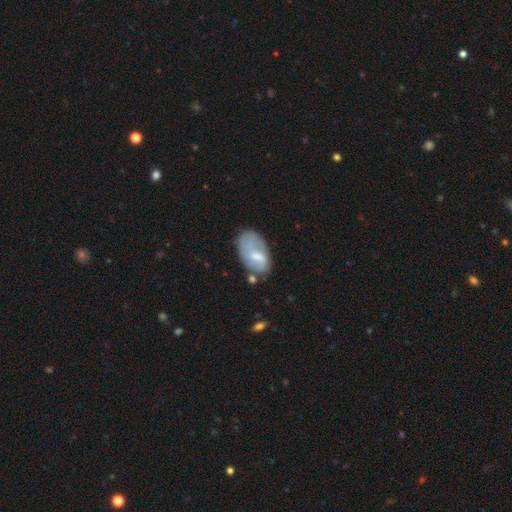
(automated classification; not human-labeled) Smooth or featured? smooth (51%)
How rounded? in between (93%)
Merging? none (48%)